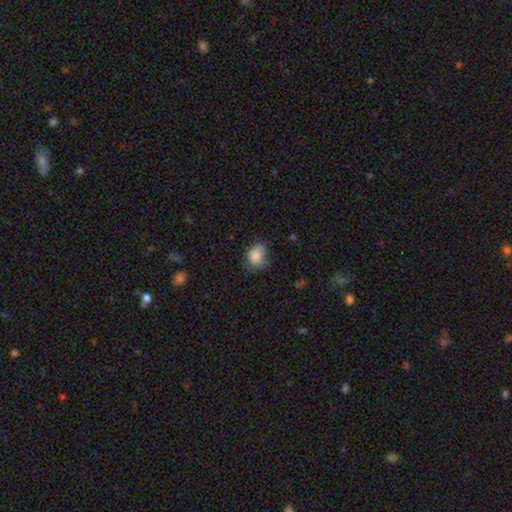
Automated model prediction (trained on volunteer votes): A smooth galaxy with no disk features (85%) that is in between round and cigar-shaped (65%). Merging: none (59%).